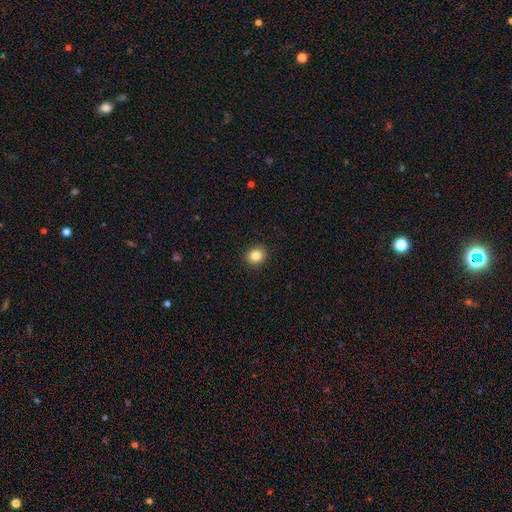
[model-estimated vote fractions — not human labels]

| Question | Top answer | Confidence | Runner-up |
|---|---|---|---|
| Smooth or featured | smooth | 84% | star or artifact (10%) |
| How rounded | round | 77% | in between (22%) |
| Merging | none | 92% | minor disturbance (6%) |